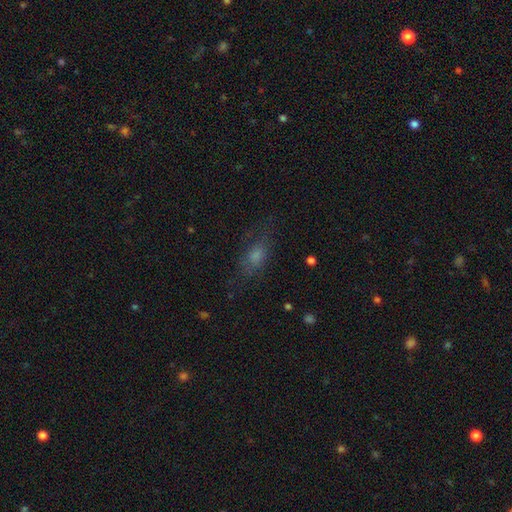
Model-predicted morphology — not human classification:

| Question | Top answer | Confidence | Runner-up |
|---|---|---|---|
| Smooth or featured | smooth | 51% | featured or disk (28%) |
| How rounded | in between | 68% | cigar-shaped (20%) |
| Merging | none | 66% | minor disturbance (19%) |